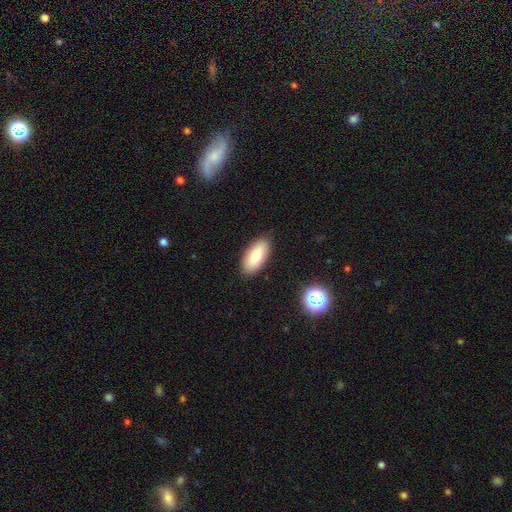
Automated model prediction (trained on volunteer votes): A smooth galaxy with no disk features (79%) that is in between round and cigar-shaped (89%). Merging: none (88%).